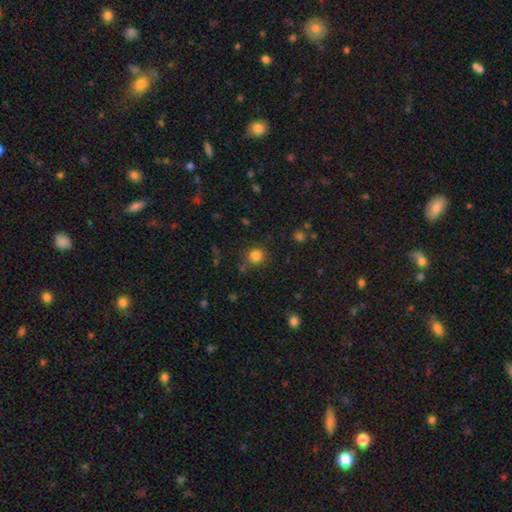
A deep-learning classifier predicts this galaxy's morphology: smooth-or-featured: smooth: 82% | star or artifact: 13% | featured or disk: 4%
  how-rounded: round: 93% | in between: 6% | cigar-shaped: 1%
  merging: none: 84% | minor disturbance: 8% | merger: 4% | major disturbance: 3%